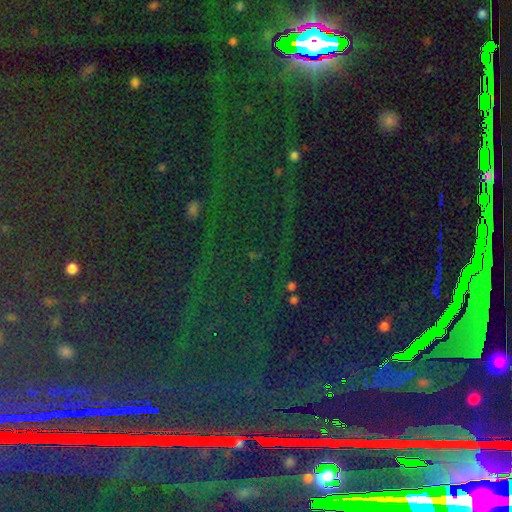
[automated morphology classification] Q: Smooth or featured?
A: star or artifact (85%); runner-up: smooth (8%)